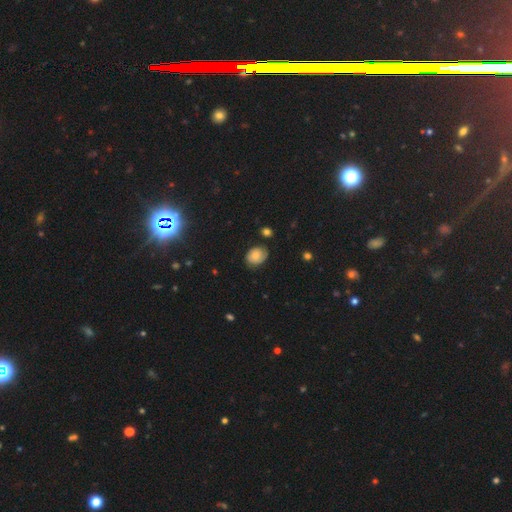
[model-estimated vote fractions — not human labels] Overall: smooth (60%; featured or disk 29%). How rounded: in between (54%; round 45%). Merging: none (72%).